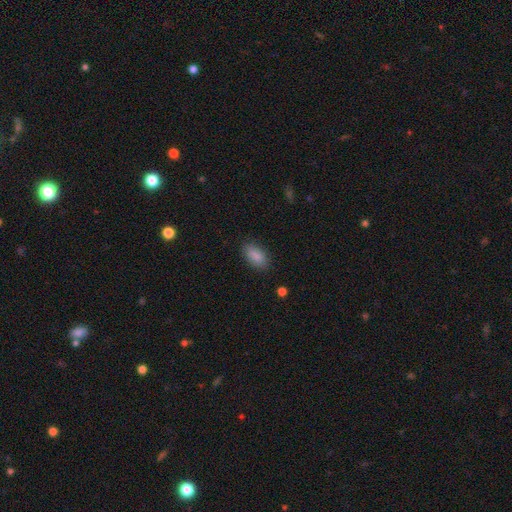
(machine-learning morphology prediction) type=smooth (88%); roundness=in between (91%); merging=none (84%).